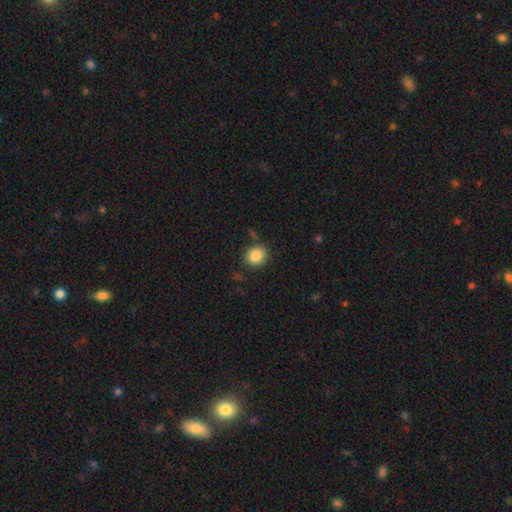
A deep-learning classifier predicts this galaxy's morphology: The model was most divided on "how rounded": round: 79%, in between: 20%, cigar-shaped: 1%. More confident: smooth or featured — smooth (87%); merging — none (81%).